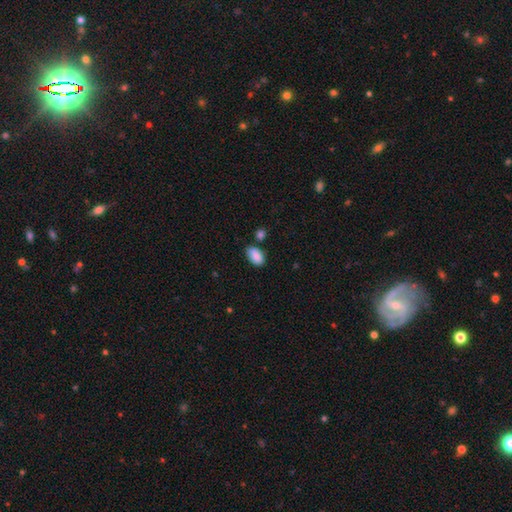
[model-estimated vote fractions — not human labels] Smooth or featured? smooth (89%)
How rounded? in between (93%)
Merging? none (72%)